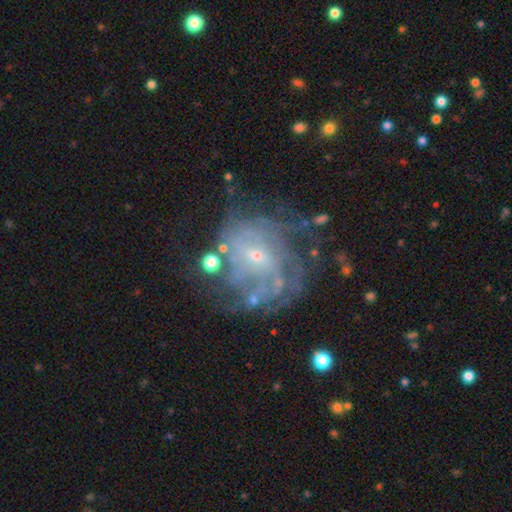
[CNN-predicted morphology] Smooth or featured? featured or disk (79%)
Edge-on disk? no (97%)
Bar? no (59%)
Spiral arms? yes (81%)
Spiral winding? tight (51%)
Spiral arm count? can't tell (48%)
Bulge size? small (79%)
Merging? none (54%)